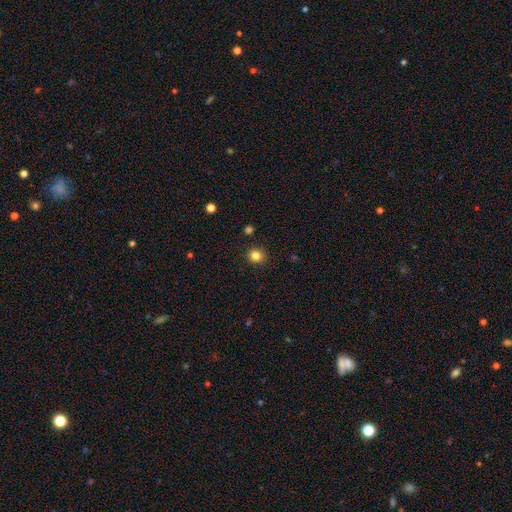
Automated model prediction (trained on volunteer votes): smooth-or-featured: smooth: 83% | star or artifact: 12% | featured or disk: 5%
  how-rounded: round: 89% | in between: 11% | cigar-shaped: 1%
  merging: none: 90% | minor disturbance: 7% | major disturbance: 2% | merger: 2%